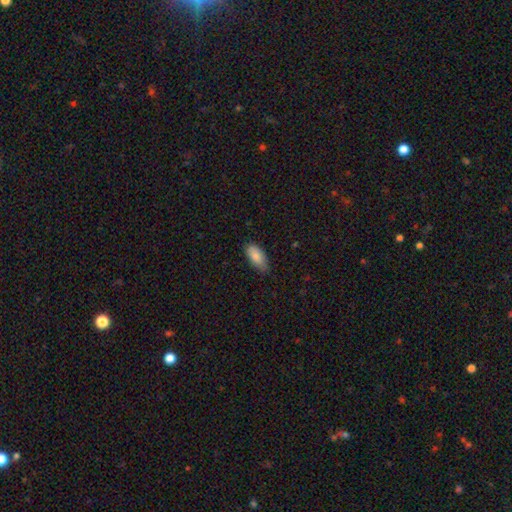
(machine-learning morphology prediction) Smooth or featured?
  - smooth: 85% *
  - featured or disk: 9%
  - star or artifact: 6%
How rounded?
  - in between: 92% *
  - cigar-shaped: 6%
  - round: 2%
Merging?
  - none: 74% *
  - minor disturbance: 22%
  - major disturbance: 3%
  - merger: 1%